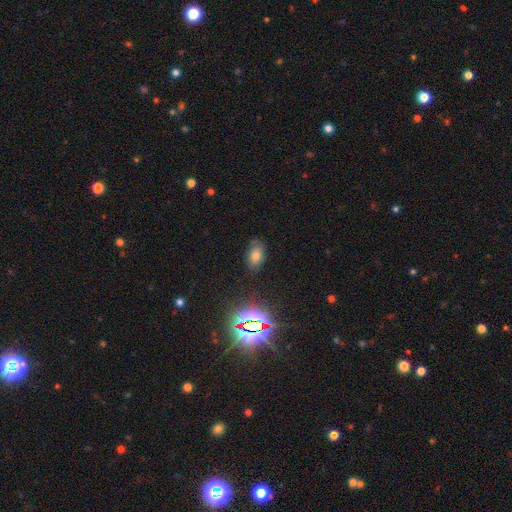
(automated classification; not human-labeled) The model was most divided on "smooth or featured": smooth: 67%, star or artifact: 22%, featured or disk: 11%. More confident: how rounded — in between (87%); merging — none (78%).